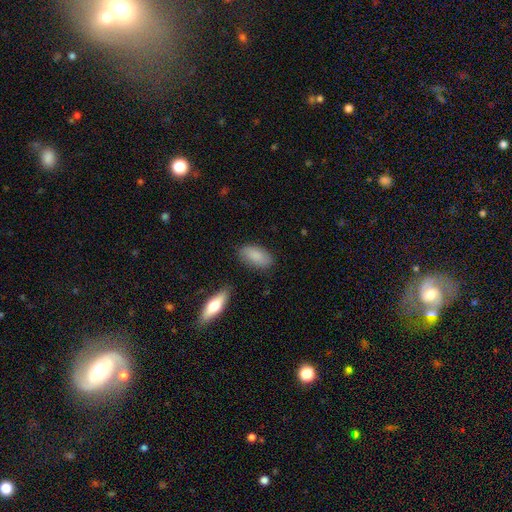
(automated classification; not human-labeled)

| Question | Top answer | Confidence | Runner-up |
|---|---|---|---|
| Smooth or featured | smooth | 85% | featured or disk (9%) |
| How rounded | in between | 90% | cigar-shaped (7%) |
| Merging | none | 79% | minor disturbance (15%) |